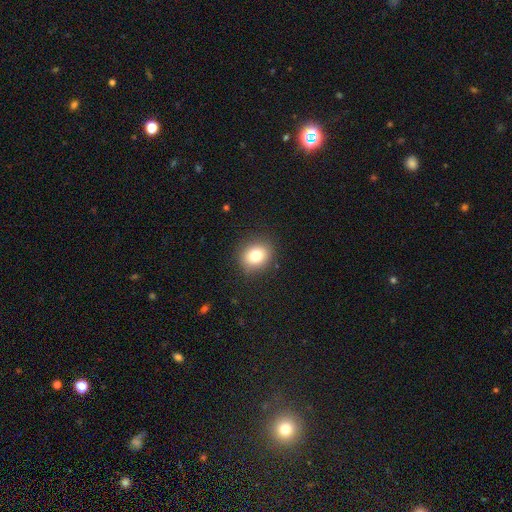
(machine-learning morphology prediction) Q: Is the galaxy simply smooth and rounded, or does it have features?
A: smooth — 80%.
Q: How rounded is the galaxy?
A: round — 68%.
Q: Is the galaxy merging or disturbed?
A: none — 89%.